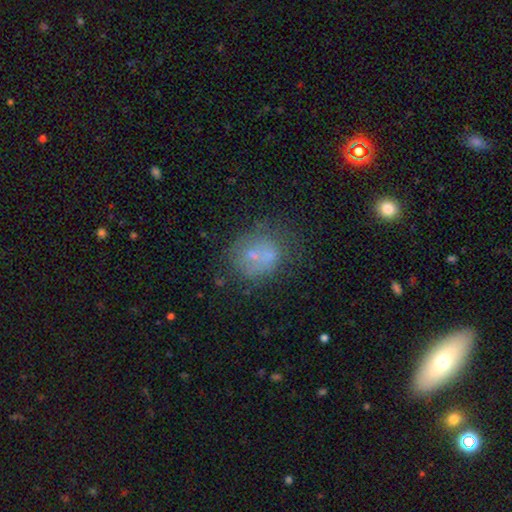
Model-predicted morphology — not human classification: smooth-or-featured: smooth: 54% | featured or disk: 28% | star or artifact: 18%
  how-rounded: round: 68% | in between: 31% | cigar-shaped: 1%
  merging: none: 51% | merger: 20% | minor disturbance: 18% | major disturbance: 10%